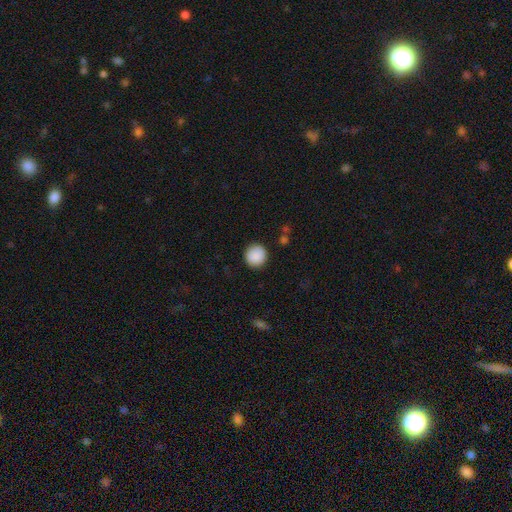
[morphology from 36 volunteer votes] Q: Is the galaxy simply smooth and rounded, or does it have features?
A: smooth — 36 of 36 (100%).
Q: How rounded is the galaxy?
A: round — 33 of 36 (92%).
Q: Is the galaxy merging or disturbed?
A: none — 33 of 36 (92%).